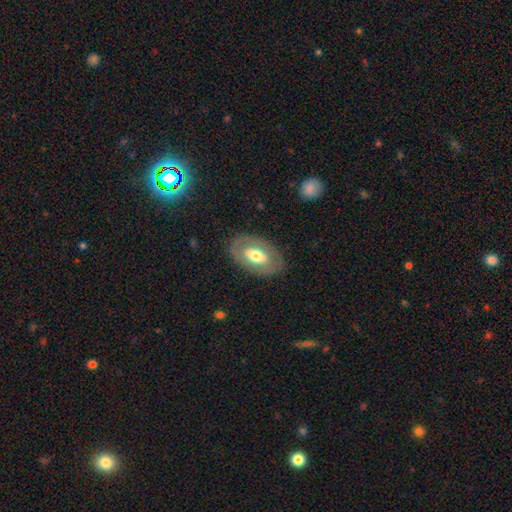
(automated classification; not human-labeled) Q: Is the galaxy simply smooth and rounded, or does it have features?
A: smooth — 51%.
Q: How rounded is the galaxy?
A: in between — 88%.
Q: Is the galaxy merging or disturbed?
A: none — 82%.